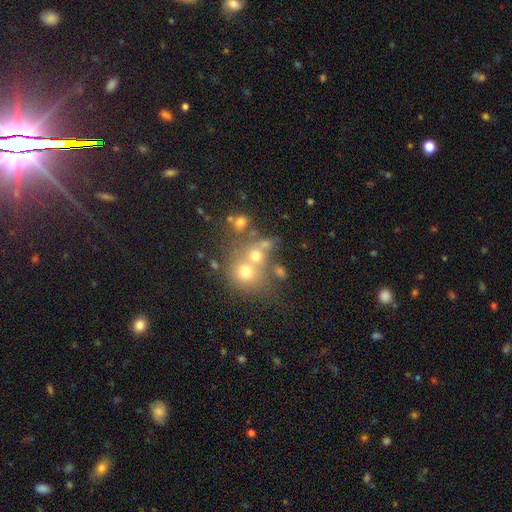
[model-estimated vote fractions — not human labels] The model was most divided on "merging": merger: 49%, none: 38%, minor disturbance: 8%, major disturbance: 5%. More confident: how rounded — round (76%); smooth or featured — smooth (62%).